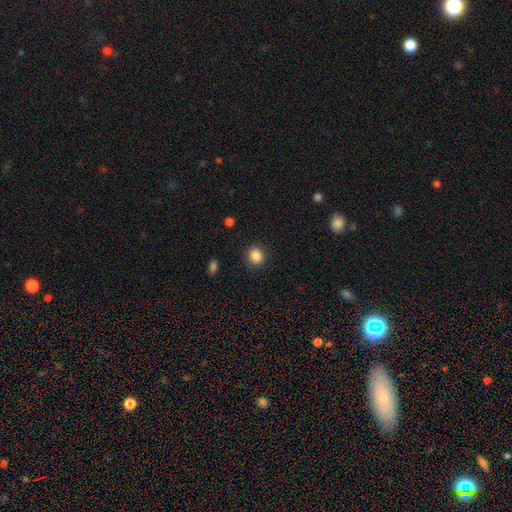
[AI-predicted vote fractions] smooth 86%, star or artifact 10%, featured or disk 4%. Down the decision tree: how rounded — round (82%); merging — none (90%).